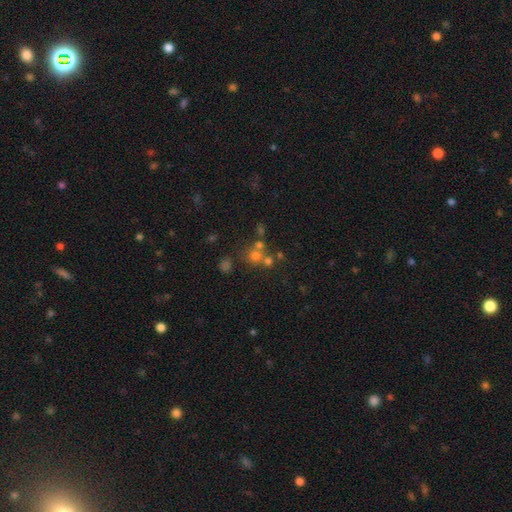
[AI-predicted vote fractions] Overall: smooth (61%; star or artifact 23%). How rounded: round (86%). Merging: none (50%; merger 37%).